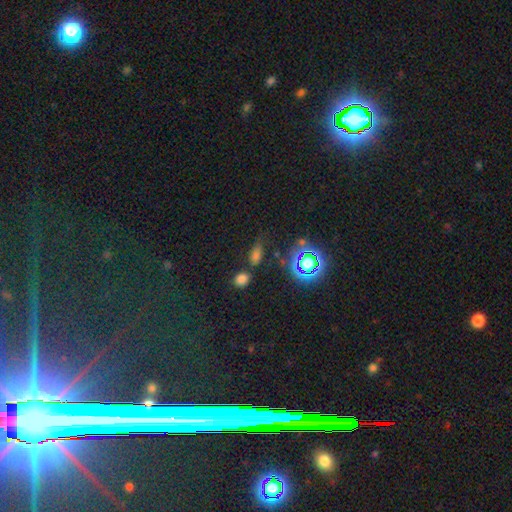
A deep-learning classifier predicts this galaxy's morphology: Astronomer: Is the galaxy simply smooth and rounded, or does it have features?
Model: smooth — 58%.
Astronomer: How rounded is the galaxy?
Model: in between — 66%.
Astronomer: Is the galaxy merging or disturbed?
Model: none — 67%.